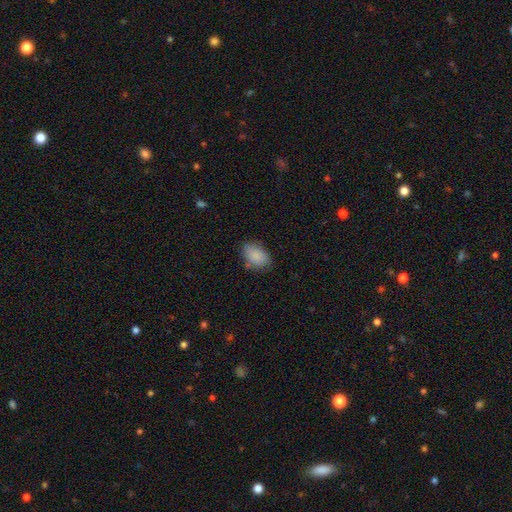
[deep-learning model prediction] The model was most divided on "merging": none: 73%, minor disturbance: 20%, major disturbance: 4%, merger: 3%. More confident: smooth or featured — smooth (87%); how rounded — in between (87%).